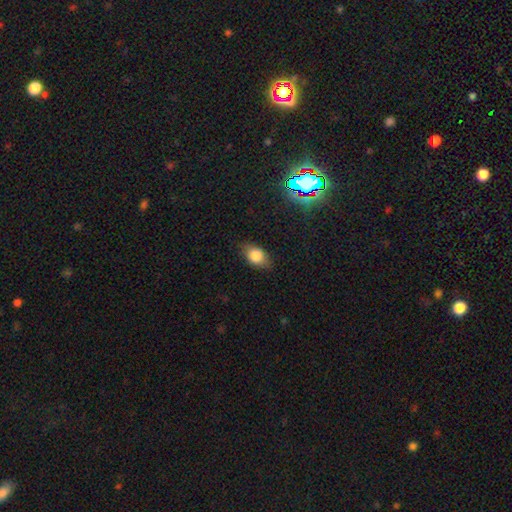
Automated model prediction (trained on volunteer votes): This appears to be a smooth galaxy with no disk features (79%) that is in between round and cigar-shaped (78%). Merging: none (79%).